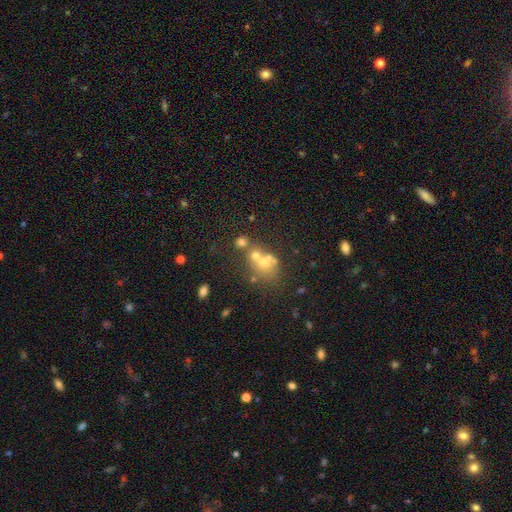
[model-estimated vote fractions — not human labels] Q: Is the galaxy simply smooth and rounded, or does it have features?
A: smooth — 51%.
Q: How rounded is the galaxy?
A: round — 66%.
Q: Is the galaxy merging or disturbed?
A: merger — 46%.